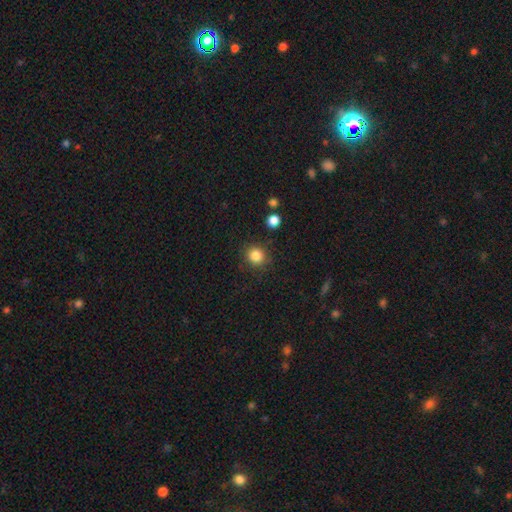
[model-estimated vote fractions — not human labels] Q: Smooth or featured?
A: smooth (85%); runner-up: star or artifact (11%)
Q: How rounded?
A: round (88%); runner-up: in between (11%)
Q: Merging?
A: none (86%); runner-up: minor disturbance (8%)